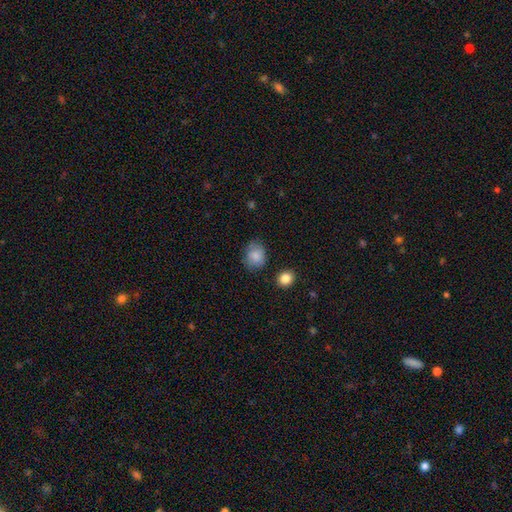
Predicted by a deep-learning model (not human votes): This is clearly a smooth galaxy (85%). How rounded: possibly round (57%). Merging: likely none (73%).